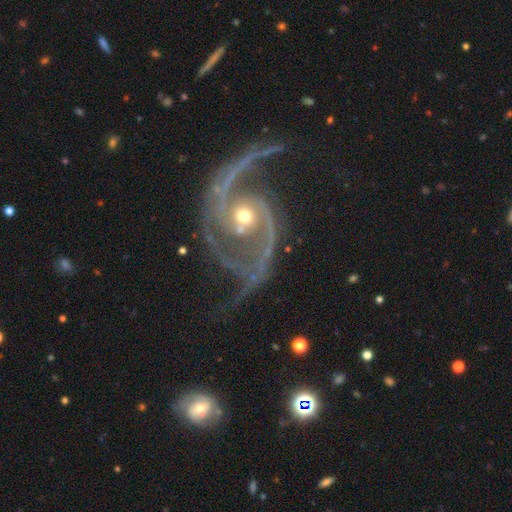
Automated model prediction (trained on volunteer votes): Q: Smooth or featured?
A: featured or disk (93%); runner-up: star or artifact (5%)
Q: Edge-on disk?
A: no (98%); runner-up: yes (2%)
Q: Bar?
A: no (58%); runner-up: weak (28%)
Q: Spiral arms?
A: yes (99%); runner-up: no (1%)
Q: Spiral winding?
A: medium (55%); runner-up: loose (29%)
Q: Spiral arm count?
A: 2 (84%); runner-up: 3 (5%)
Q: Bulge size?
A: moderate (56%); runner-up: small (39%)
Q: Merging?
A: none (60%); runner-up: minor disturbance (20%)